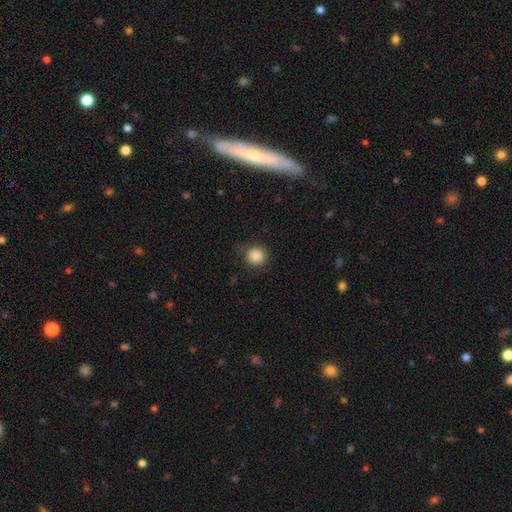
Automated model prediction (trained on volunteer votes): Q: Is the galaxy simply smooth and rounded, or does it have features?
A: smooth — 86%.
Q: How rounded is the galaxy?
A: round — 90%.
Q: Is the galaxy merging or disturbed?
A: none — 78%.